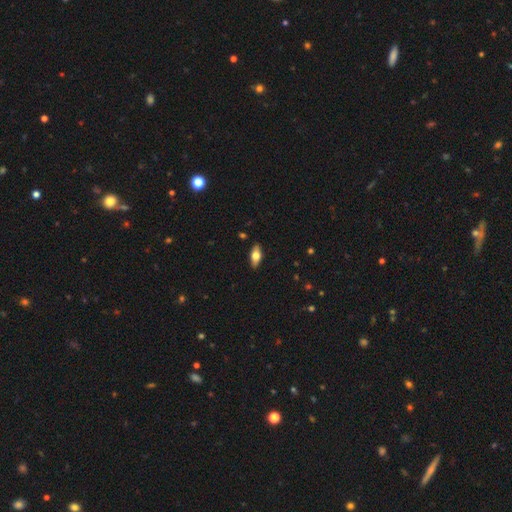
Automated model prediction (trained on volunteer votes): Smooth or featured: smooth — 59% (featured or disk — 34%)
How rounded: in between — 81% (cigar-shaped — 16%)
Merging: none — 88% (minor disturbance — 9%)